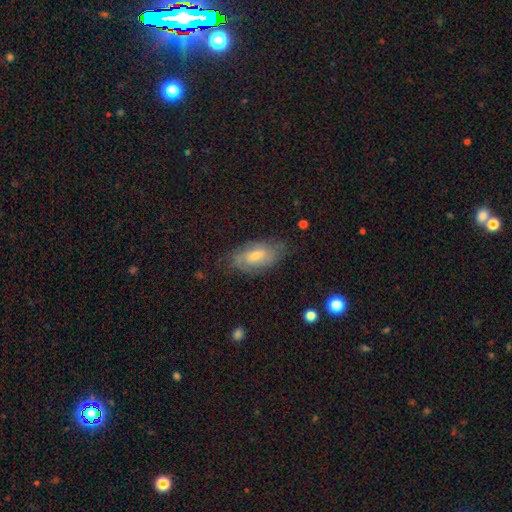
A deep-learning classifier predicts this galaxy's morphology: Smooth or featured? smooth (48%)
Merging? none (68%)